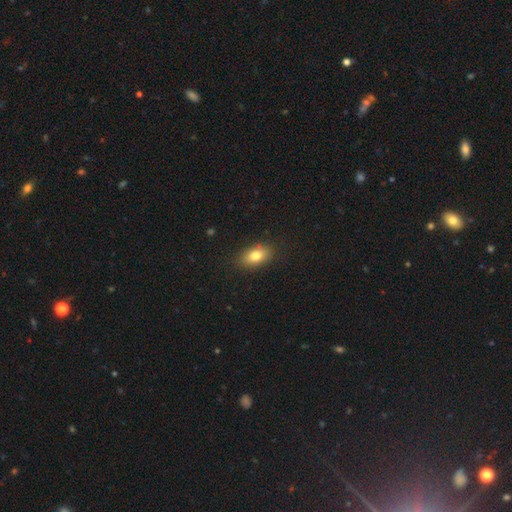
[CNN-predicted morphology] Smooth or featured? Predicted: smooth (p=0.78). How rounded? Predicted: in between (p=0.86). Merging? Predicted: none (p=0.85).